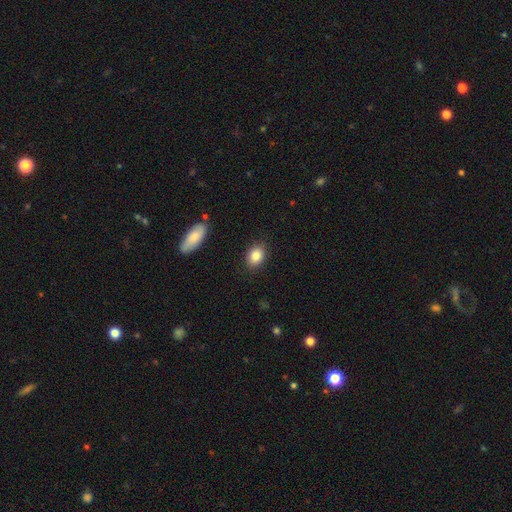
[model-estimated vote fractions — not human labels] A smooth galaxy with no disk features (85%) that is in between round and cigar-shaped (70%).

Vote fractions:
- Smooth or featured? smooth: 85% / star or artifact: 8% / featured or disk: 7%
- How rounded? in between: 70% / round: 28% / cigar-shaped: 1%
- Merging? none: 87% / minor disturbance: 10% / major disturbance: 2% / merger: 1%